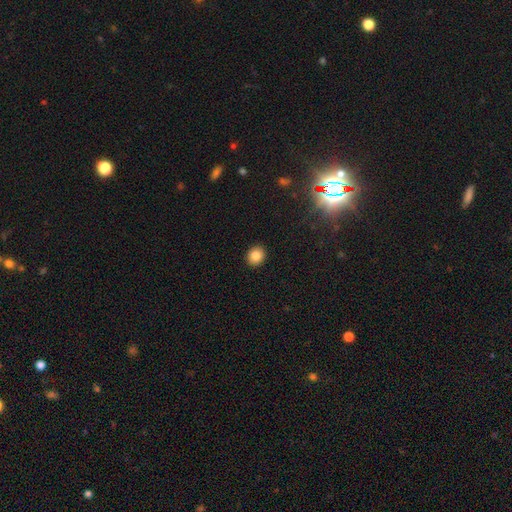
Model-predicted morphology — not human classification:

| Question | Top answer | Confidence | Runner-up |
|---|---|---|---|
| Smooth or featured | smooth | 85% | star or artifact (10%) |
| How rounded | round | 74% | in between (25%) |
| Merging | none | 92% | minor disturbance (6%) |